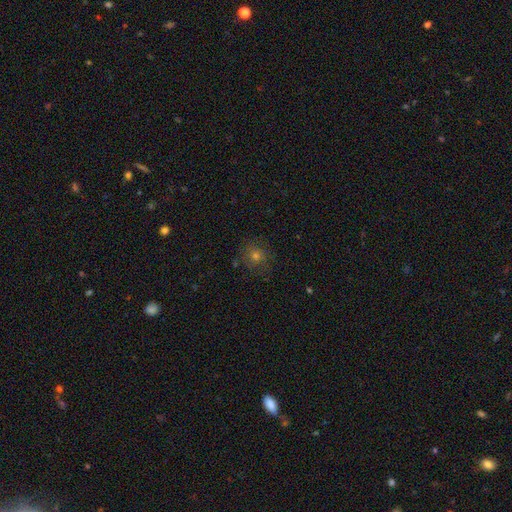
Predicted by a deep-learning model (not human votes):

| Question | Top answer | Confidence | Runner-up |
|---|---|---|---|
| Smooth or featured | smooth | 56% | star or artifact (28%) |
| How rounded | round | 90% | in between (9%) |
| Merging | none | 83% | minor disturbance (11%) |